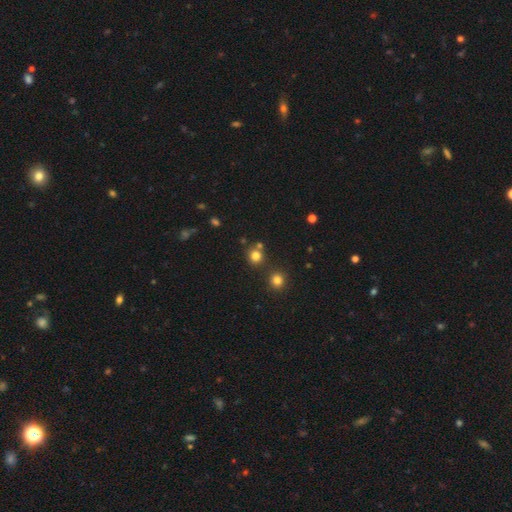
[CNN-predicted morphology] Q: Smooth or featured?
A: smooth (78%); runner-up: star or artifact (17%)
Q: How rounded?
A: round (89%); runner-up: in between (10%)
Q: Merging?
A: none (74%); runner-up: merger (15%)